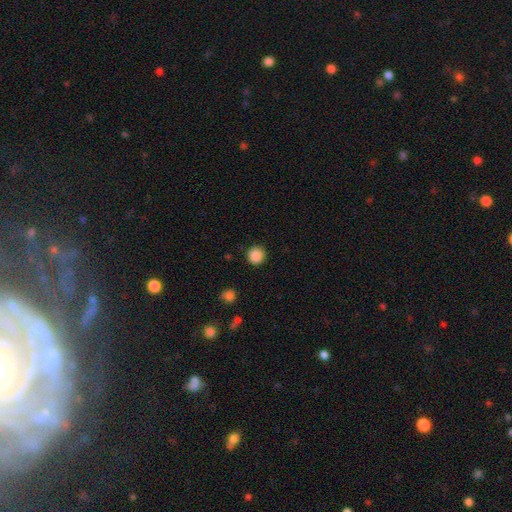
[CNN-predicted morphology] smooth 88%, star or artifact 10%, featured or disk 3%. Down the decision tree: how rounded — round (94%); merging — none (91%).